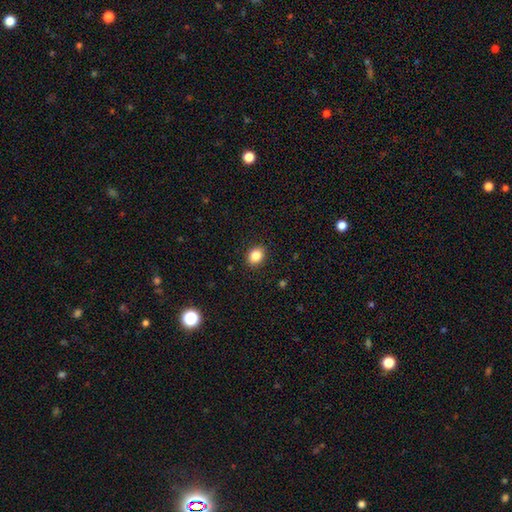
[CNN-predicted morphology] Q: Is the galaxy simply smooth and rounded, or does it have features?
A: smooth — 86%.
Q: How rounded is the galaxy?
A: in between — 50%.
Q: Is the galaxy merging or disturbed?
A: none — 89%.